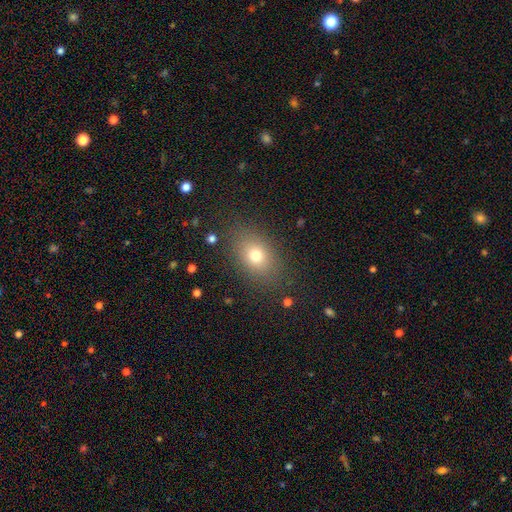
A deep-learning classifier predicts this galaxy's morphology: This appears to be a smooth galaxy with no disk features (73%) that is in between round and cigar-shaped (70%). Merging: none (83%).